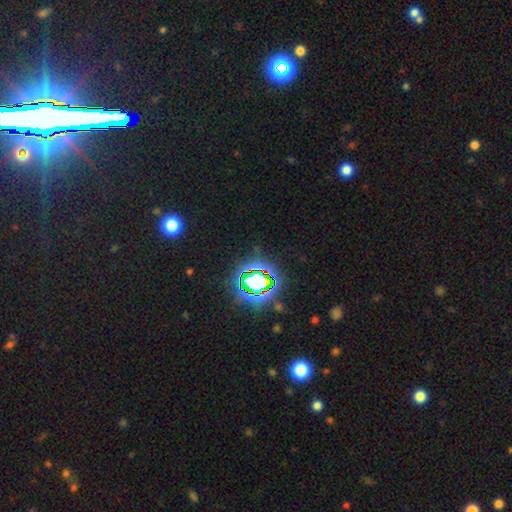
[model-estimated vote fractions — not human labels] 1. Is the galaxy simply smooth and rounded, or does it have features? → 77% star or artifact, 14% smooth, 8% featured or disk.